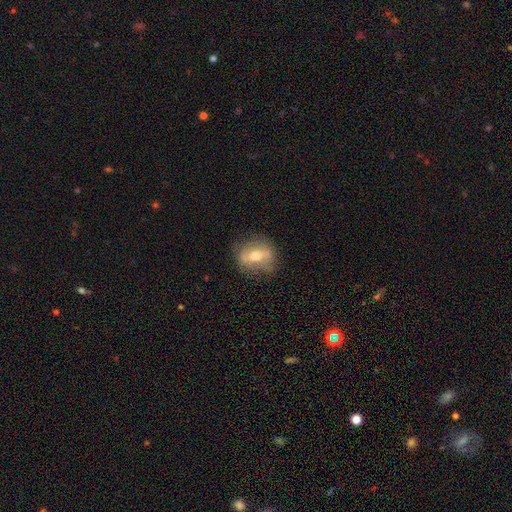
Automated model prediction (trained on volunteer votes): Smooth or featured?
  - featured or disk: 55% *
  - smooth: 37%
  - star or artifact: 8%
Edge-on disk?
  - no: 80% *
  - yes: 20%
Merging?
  - none: 76% *
  - minor disturbance: 17%
  - major disturbance: 6%
  - merger: 1%